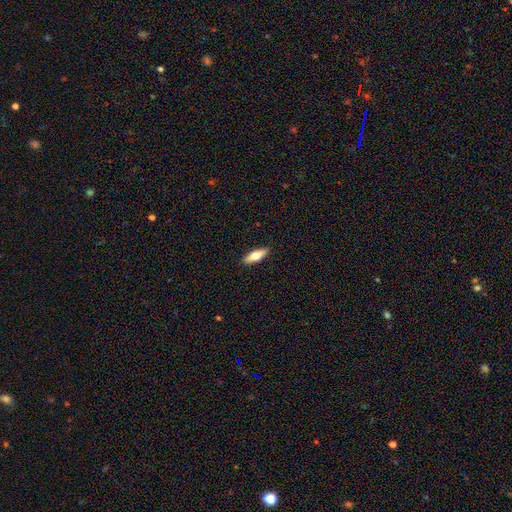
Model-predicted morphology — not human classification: A smooth galaxy with no disk features (59%) that is cigar-shaped (49%, tied with in between).

Vote fractions:
- Smooth or featured? smooth: 59% / featured or disk: 36% / star or artifact: 6%
- How rounded? cigar-shaped: 49% (tied) / in between: 49% (tied) / round: 3%
- Merging? none: 91% / minor disturbance: 7% / major disturbance: 2% / merger: 1%